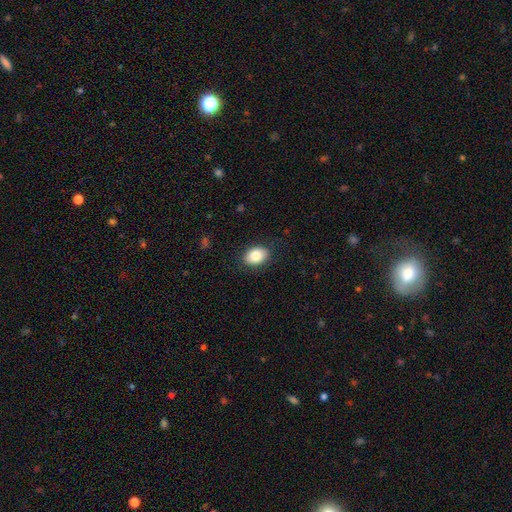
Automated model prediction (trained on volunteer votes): smooth 84%, featured or disk 8%, star or artifact 8%. Down the decision tree: how rounded — in between (79%); merging — none (86%).